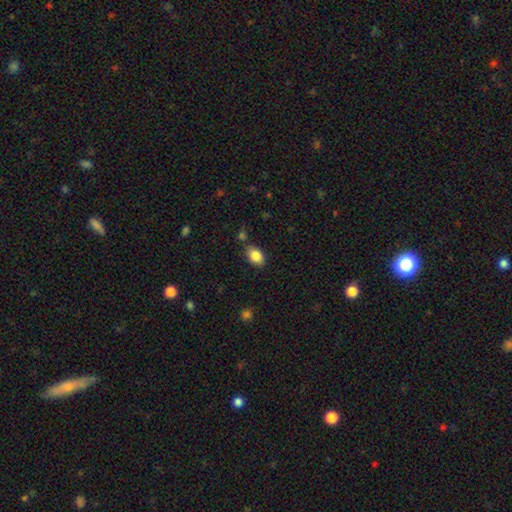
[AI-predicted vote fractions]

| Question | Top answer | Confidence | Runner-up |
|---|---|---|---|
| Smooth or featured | smooth | 85% | star or artifact (8%) |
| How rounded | in between | 84% | round (15%) |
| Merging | none | 77% | minor disturbance (14%) |